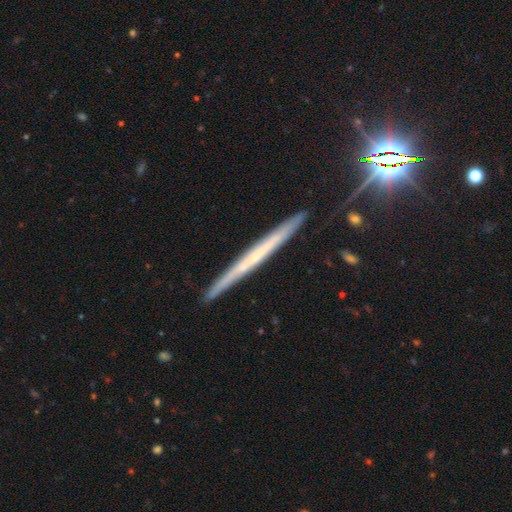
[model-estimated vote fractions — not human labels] featured or disk 59%, smooth 32%, star or artifact 9%. Down the decision tree: edge-on disk — yes (97%); edge-on bulge — none (82%); merging — none (90%).